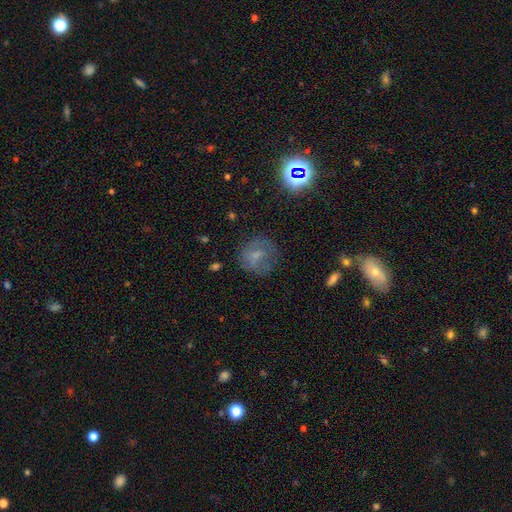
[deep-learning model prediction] smooth-or-featured: smooth: 51% | featured or disk: 31% | star or artifact: 18%
  how-rounded: round: 79% | in between: 20% | cigar-shaped: 1%
  merging: none: 61% | minor disturbance: 21% | major disturbance: 15% | merger: 3%